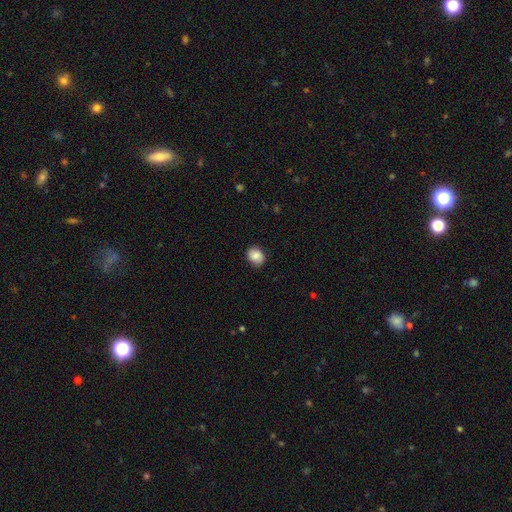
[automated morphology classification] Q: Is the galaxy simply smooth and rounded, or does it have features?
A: smooth — 85%.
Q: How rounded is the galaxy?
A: round — 52%.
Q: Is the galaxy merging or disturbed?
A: none — 86%.